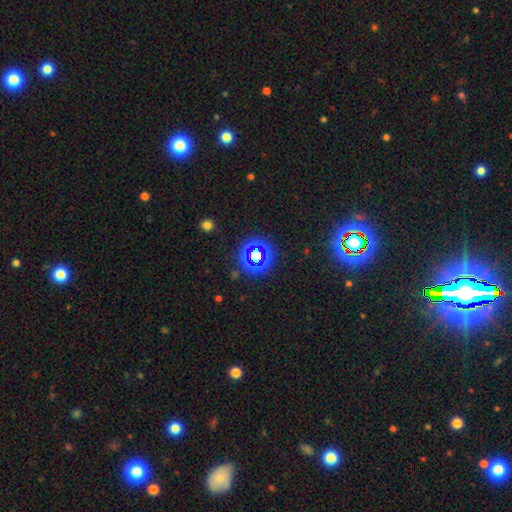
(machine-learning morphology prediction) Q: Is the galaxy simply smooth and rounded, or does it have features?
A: star or artifact — 64%.